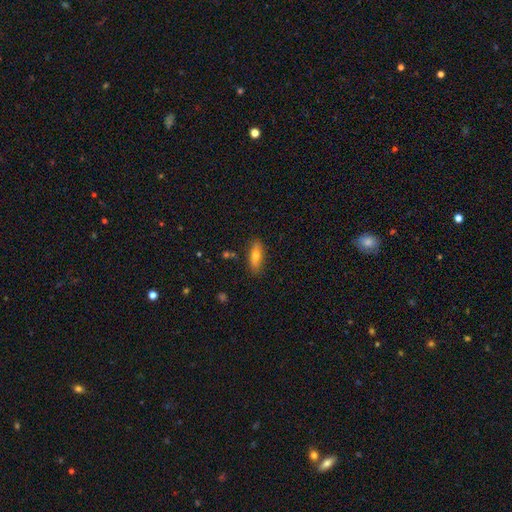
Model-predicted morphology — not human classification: This is likely a smooth galaxy (67%). How rounded: likely in between (61%). Merging: clearly none (85%).